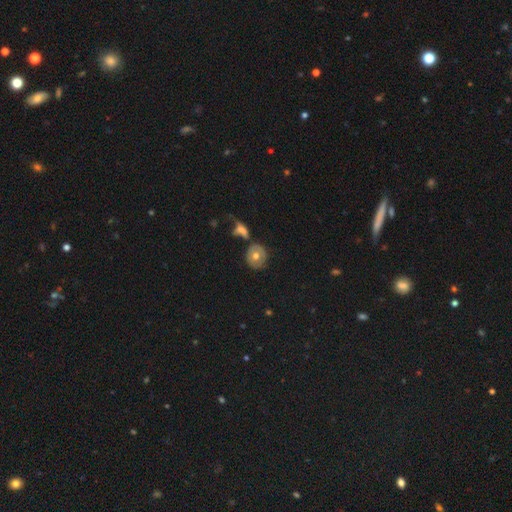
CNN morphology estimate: Q: Smooth or featured?
A: smooth (56%); runner-up: featured or disk (36%)
Q: How rounded?
A: round (75%); runner-up: in between (23%)
Q: Merging?
A: none (62%); runner-up: minor disturbance (16%)